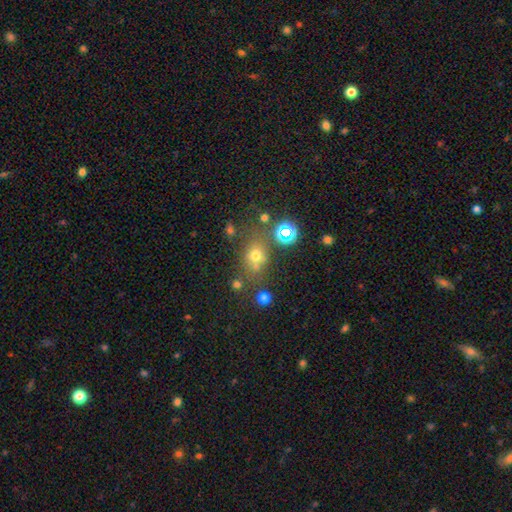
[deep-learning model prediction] smooth 64%, star or artifact 24%, featured or disk 12%. Down the decision tree: how rounded — round (59%); merging — none (64%).